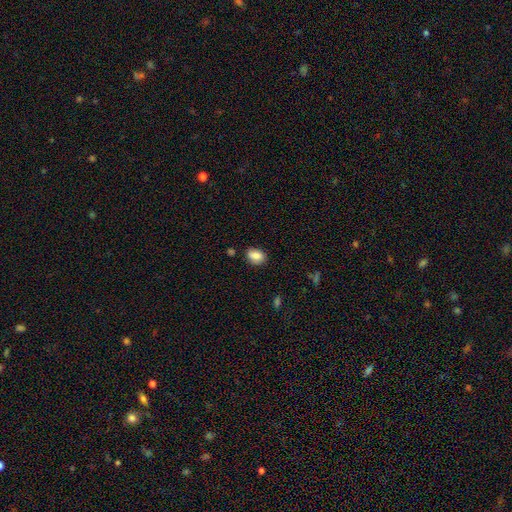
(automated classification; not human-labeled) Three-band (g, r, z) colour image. It shows a smooth galaxy with no disk features (85%) that is in between round and cigar-shaped (76%). Merging: none (81%).